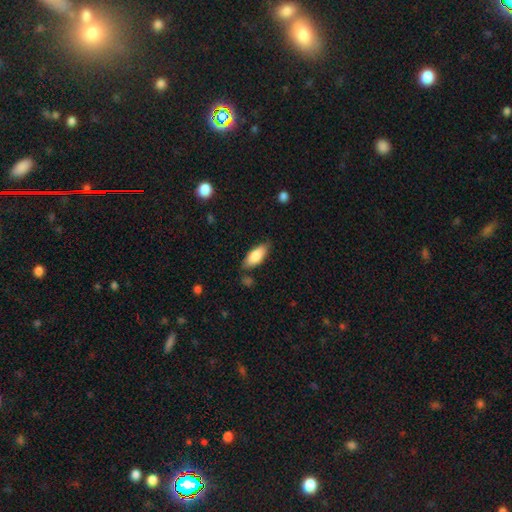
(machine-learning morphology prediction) This is clearly a smooth galaxy (81%). How rounded: likely in between (80%). Merging: likely none (78%).